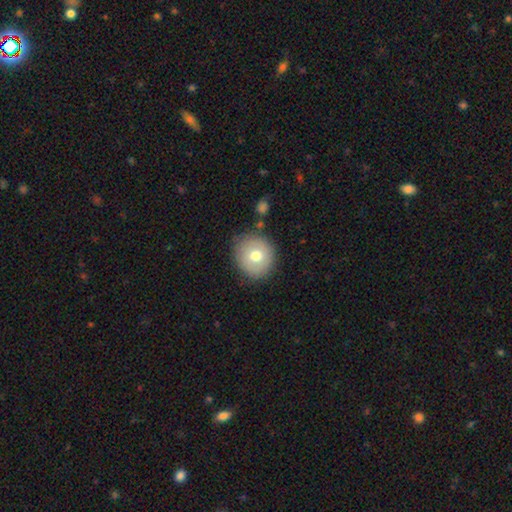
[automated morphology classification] Overall: smooth (71%). How rounded: round (88%). Merging: none (81%).